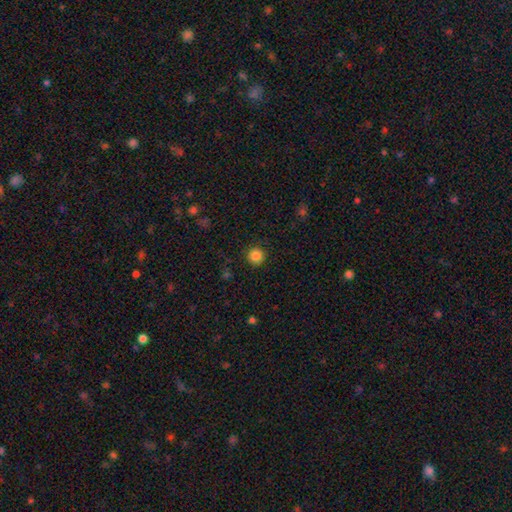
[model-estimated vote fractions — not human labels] Smooth or featured: smooth — 86% (star or artifact — 11%)
How rounded: round — 95% (in between — 4%)
Merging: none — 91% (minor disturbance — 6%)